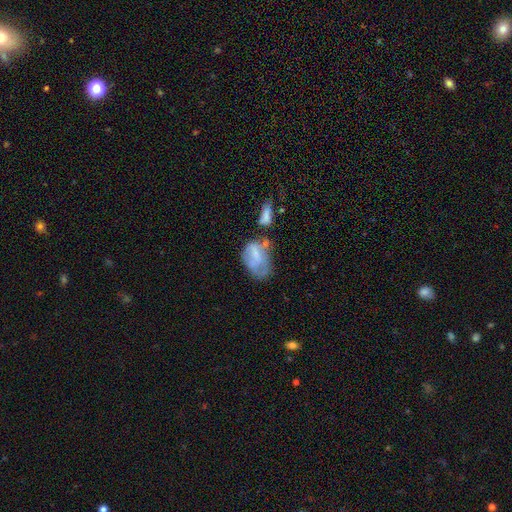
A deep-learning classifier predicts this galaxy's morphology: Overall: smooth (50%; featured or disk 40%). How rounded: in between (86%). Merging: major disturbance (27%; none 25%).